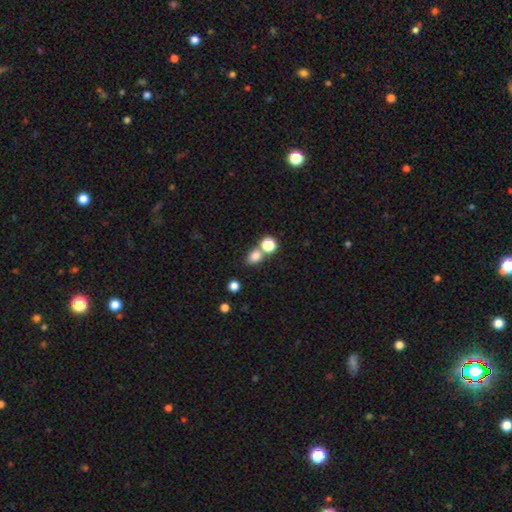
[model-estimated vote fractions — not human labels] Smooth or featured? smooth (79%)
How rounded? in between (54%)
Merging? none (54%)